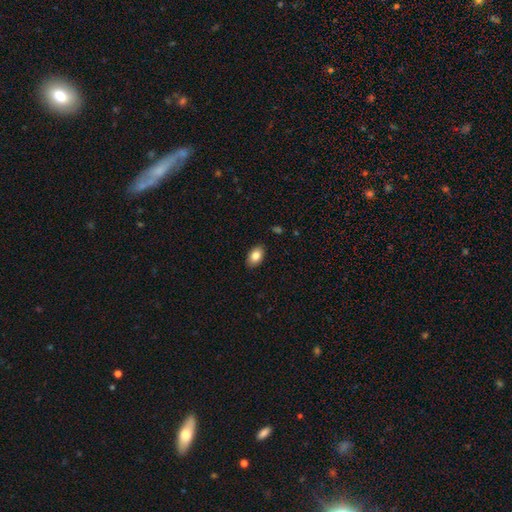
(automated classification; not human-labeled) Smooth or featured? Predicted: smooth (p=0.83). How rounded? Predicted: in between (p=0.89). Merging? Predicted: none (p=0.87).